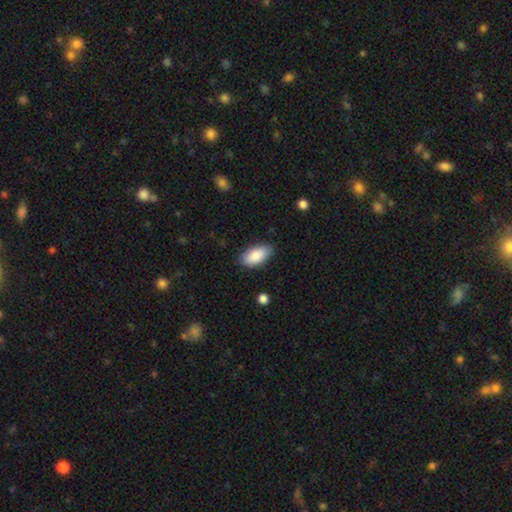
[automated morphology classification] This appears to be a smooth galaxy with no disk features (87%) that is in between round and cigar-shaped (94%). Merging: none (83%).